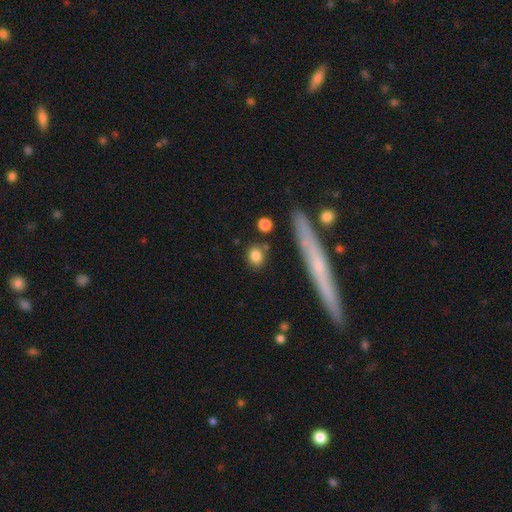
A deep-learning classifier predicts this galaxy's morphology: A smooth galaxy with no disk features (82%) that is round (70%).

Vote fractions:
- Smooth or featured? smooth: 82% / star or artifact: 9% / featured or disk: 8%
- How rounded? round: 70% / in between: 25% / cigar-shaped: 5%
- Merging? none: 80% / minor disturbance: 10% / merger: 7% / major disturbance: 3%